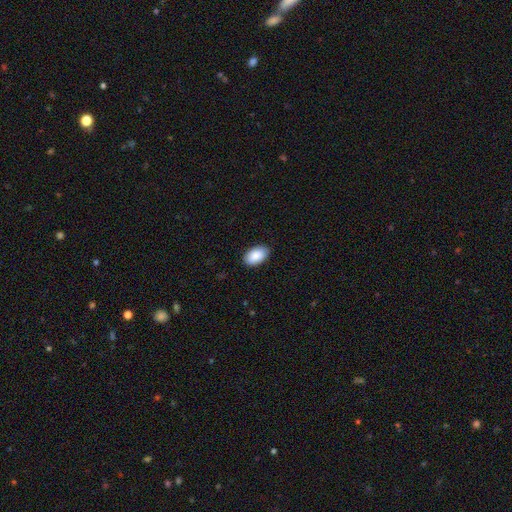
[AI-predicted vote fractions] This appears to be a smooth galaxy with no disk features (90%) that is in between round and cigar-shaped (95%). Merging: none (88%).